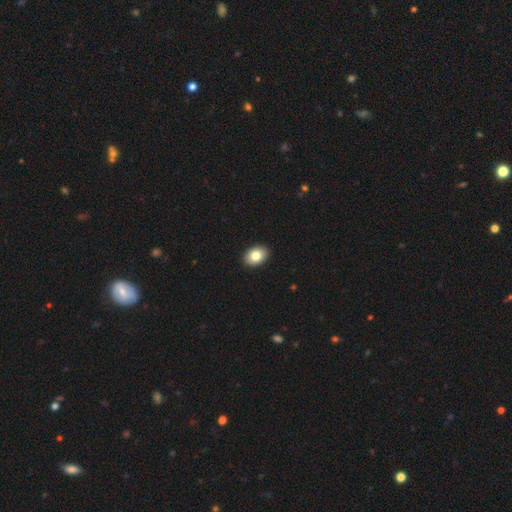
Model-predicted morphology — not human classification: Overall: smooth (83%). How rounded: in between (81%). Merging: none (91%).